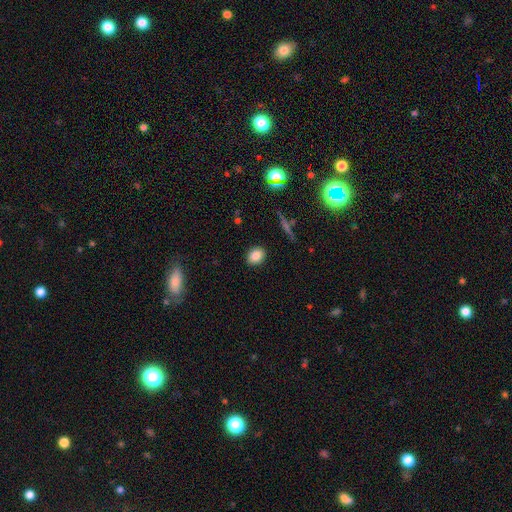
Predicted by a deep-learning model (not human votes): smooth 84%, star or artifact 10%, featured or disk 6%. Down the decision tree: how rounded — round (50%); merging — none (89%).